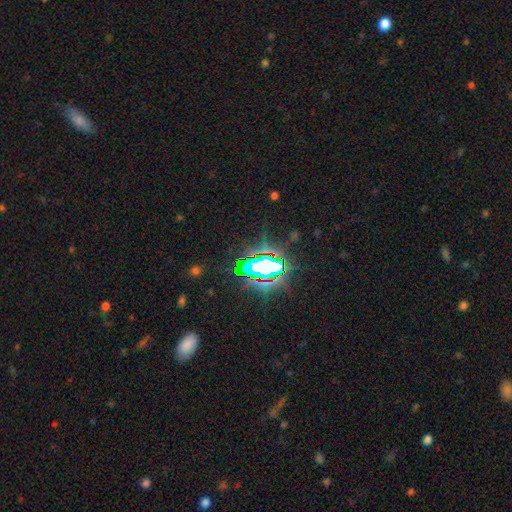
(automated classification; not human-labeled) A star or artifact, not a galaxy (78%).